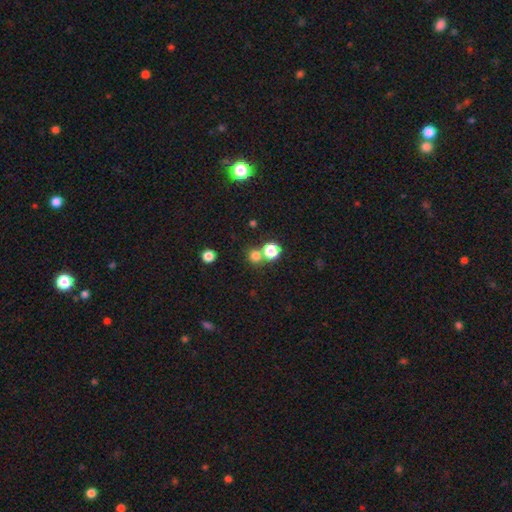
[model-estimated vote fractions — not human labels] Morphology: type=smooth (76%); roundness=round (89%); merging=none (61%).